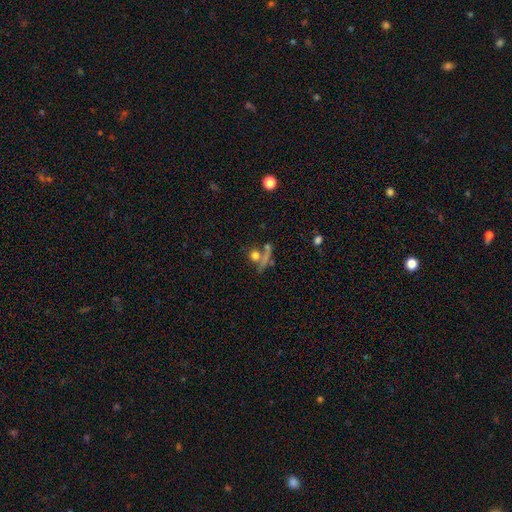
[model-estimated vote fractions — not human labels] Smooth or featured? smooth (65%)
How rounded? round (74%)
Merging? none (53%)